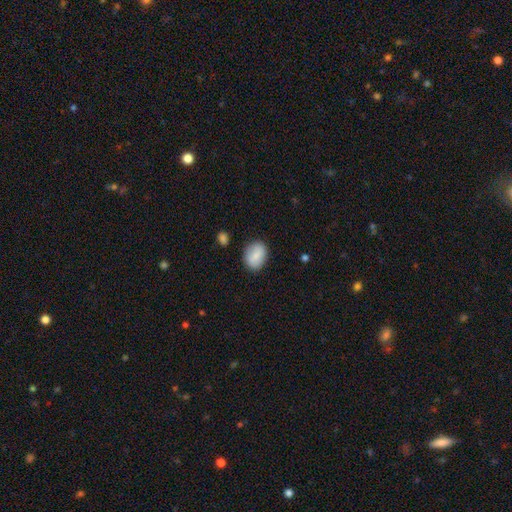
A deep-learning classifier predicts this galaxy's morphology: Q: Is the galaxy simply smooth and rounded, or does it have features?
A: smooth — 82%.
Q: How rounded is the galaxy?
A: in between — 64%.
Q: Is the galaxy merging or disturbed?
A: none — 84%.